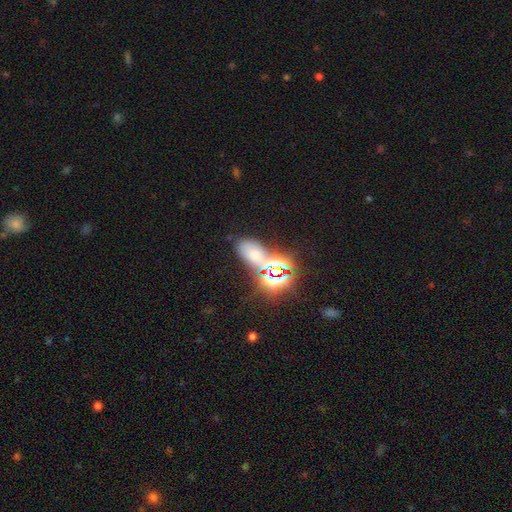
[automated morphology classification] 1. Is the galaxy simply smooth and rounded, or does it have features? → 47% smooth, 41% star or artifact, 13% featured or disk.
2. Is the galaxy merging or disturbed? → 53% none, 25% merger, 14% minor disturbance, 8% major disturbance.